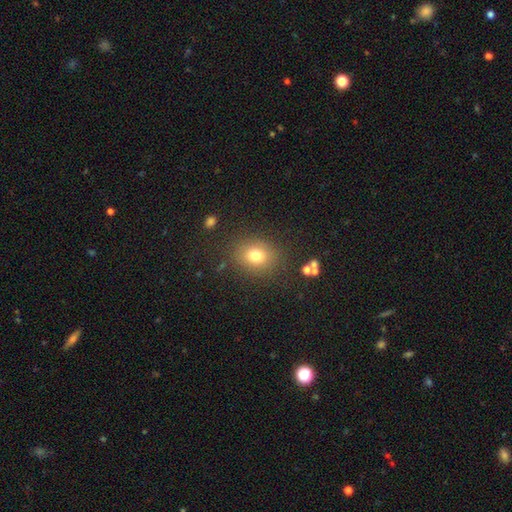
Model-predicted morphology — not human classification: A smooth galaxy with no disk features (76%) that is round (59%). Merging: none (83%).